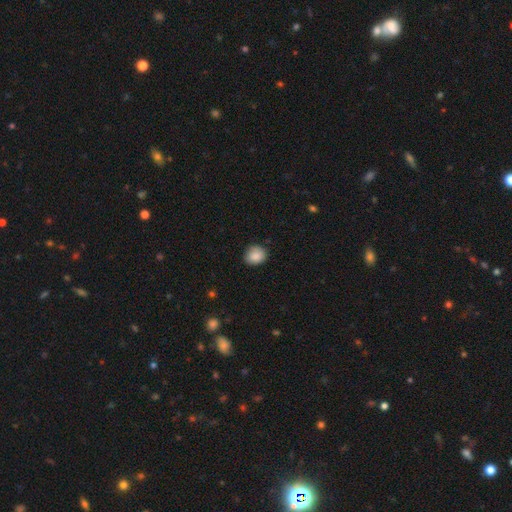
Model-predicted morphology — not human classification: smooth 87%, star or artifact 8%, featured or disk 5%. Down the decision tree: how rounded — round (66%); merging — none (78%).